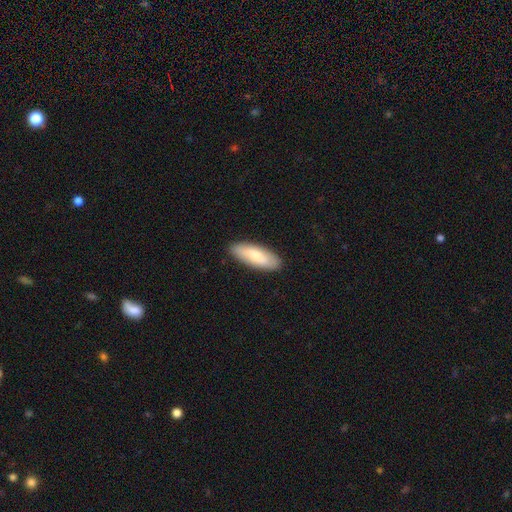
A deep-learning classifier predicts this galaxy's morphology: smooth_or_featured: smooth (p=0.77) [alt: featured or disk p=0.18]
how_rounded: in between (p=0.68) [alt: cigar-shaped p=0.30]
merging: none (p=0.88) [alt: minor disturbance p=0.09]